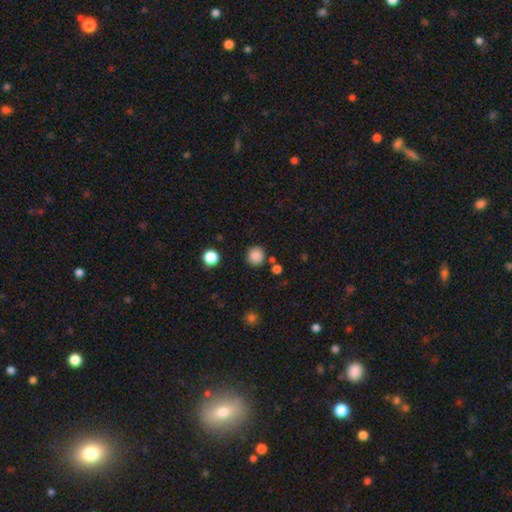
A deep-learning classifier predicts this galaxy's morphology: Smooth or featured? Predicted: smooth (p=0.86). How rounded? Predicted: round (p=0.93). Merging? Predicted: none (p=0.85).